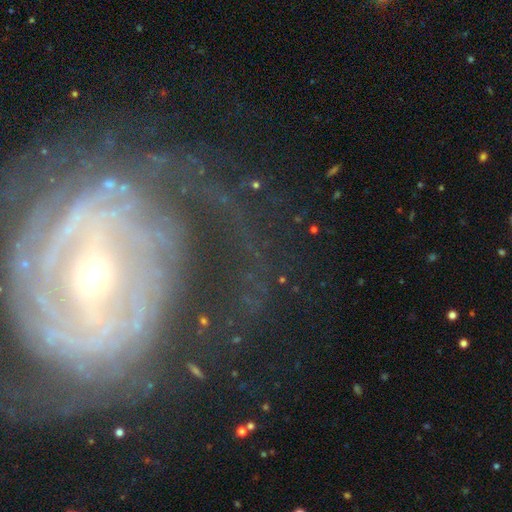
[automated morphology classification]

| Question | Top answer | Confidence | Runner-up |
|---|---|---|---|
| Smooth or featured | featured or disk | 83% | star or artifact (9%) |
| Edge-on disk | no | 96% | yes (4%) |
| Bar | no | 40% | weak (31%) |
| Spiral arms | yes | 88% | no (12%) |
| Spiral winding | tight | 55% | medium (30%) |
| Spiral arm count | can't tell | 34% | 2 (28%) |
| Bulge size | small | 79% | moderate (16%) |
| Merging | none | 56% | major disturbance (26%) |